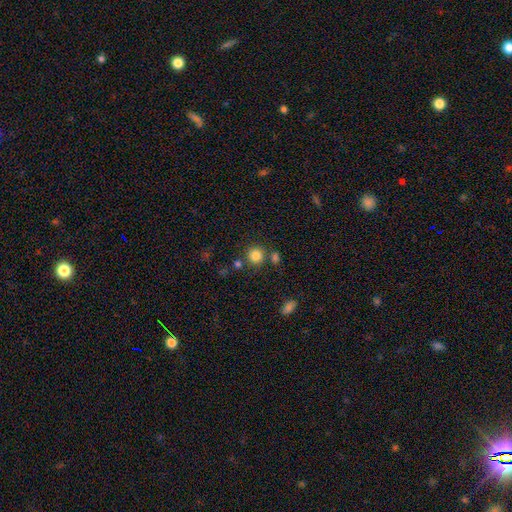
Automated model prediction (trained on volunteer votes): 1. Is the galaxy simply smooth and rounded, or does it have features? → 83% smooth, 12% star or artifact, 5% featured or disk.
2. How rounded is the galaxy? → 92% round, 7% in between, 1% cigar-shaped.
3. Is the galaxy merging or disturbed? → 76% none, 12% merger, 8% minor disturbance, 3% major disturbance.